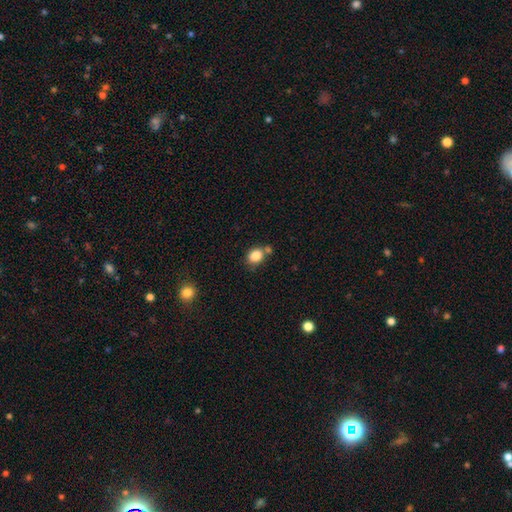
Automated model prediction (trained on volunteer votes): A smooth galaxy with no disk features (84%) that is round (56%).

Vote fractions:
- Smooth or featured? smooth: 84% / star or artifact: 10% / featured or disk: 6%
- How rounded? round: 56% / in between: 43% / cigar-shaped: 1%
- Merging? none: 62% / merger: 20% / minor disturbance: 14% / major disturbance: 4%